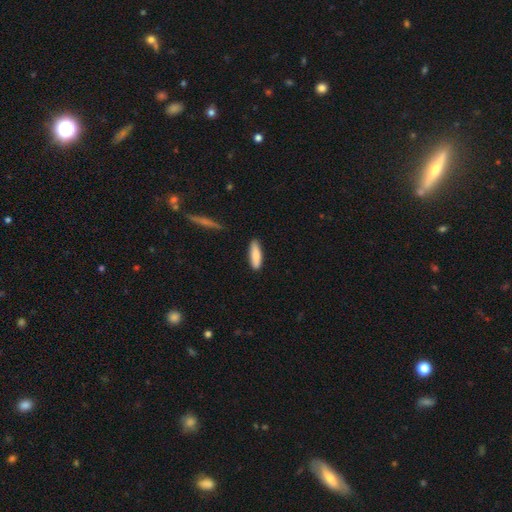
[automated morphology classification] smooth_or_featured: smooth (p=0.84) [alt: featured or disk p=0.10]
how_rounded: cigar-shaped (p=0.58) [alt: in between p=0.41]
merging: none (p=0.86) [alt: minor disturbance p=0.10]